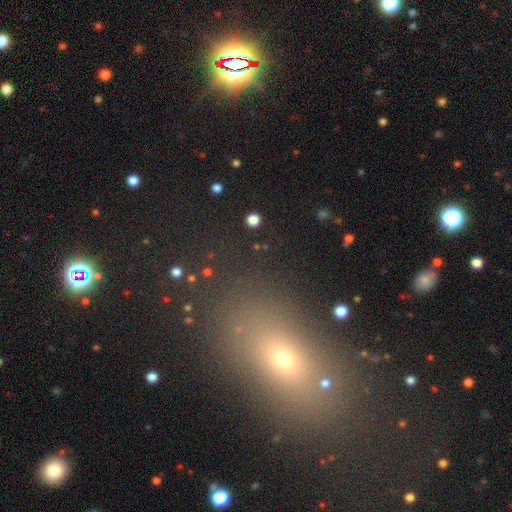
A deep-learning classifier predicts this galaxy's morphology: Smooth or featured? Predicted: smooth (p=0.52). How rounded? Predicted: in between (p=0.67). Merging? Predicted: none (p=0.81).